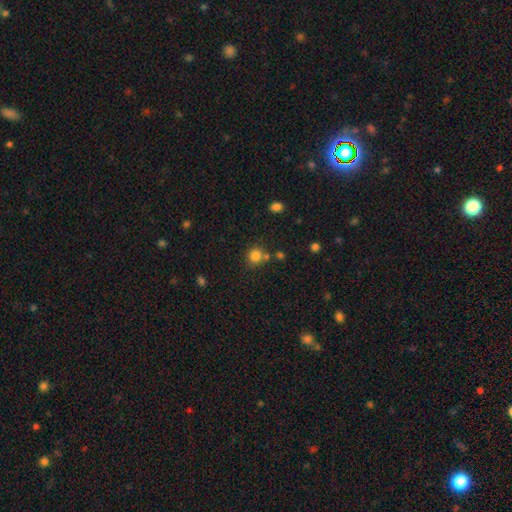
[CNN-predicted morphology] Overall: smooth (82%). How rounded: round (88%). Merging: none (69%).